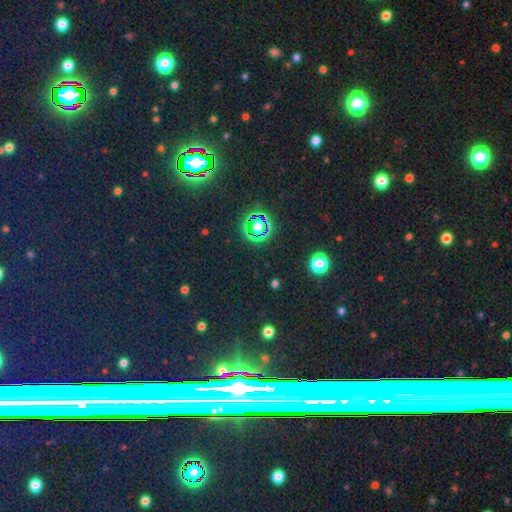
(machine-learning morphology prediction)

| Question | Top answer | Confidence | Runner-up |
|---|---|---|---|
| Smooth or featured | star or artifact | 73% | smooth (17%) |